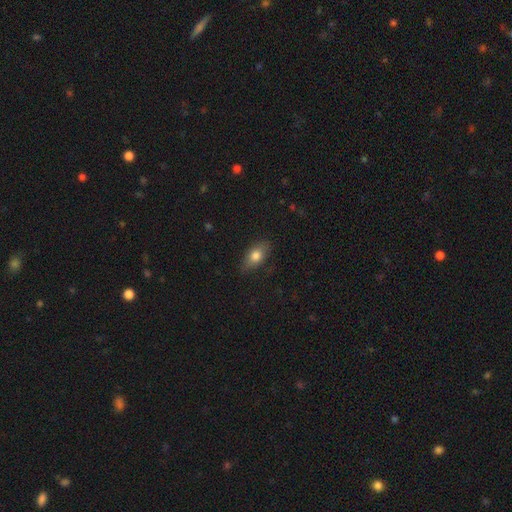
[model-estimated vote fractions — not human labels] This is likely a smooth galaxy (76%). How rounded: clearly in between (83%). Merging: likely none (80%).